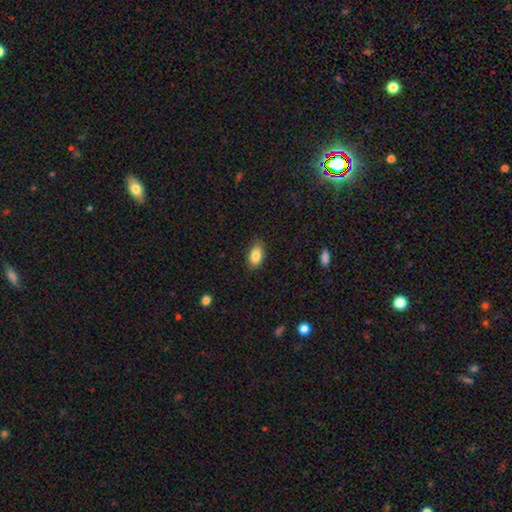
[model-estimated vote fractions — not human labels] This is clearly a smooth galaxy (86%). How rounded: clearly in between (91%). Merging: clearly none (83%).